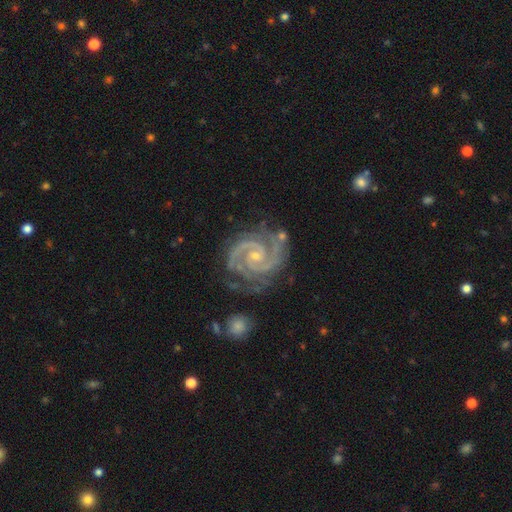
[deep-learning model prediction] The model was most divided on "bar": no: 58%, weak: 31%, strong: 11%. More confident: spiral arms — yes (99%); edge-on disk — no (98%); smooth or featured — featured or disk (93%); spiral arm count — 2 (87%); bulge size — small (74%); merging — none (70%); spiral winding — tight (62%).